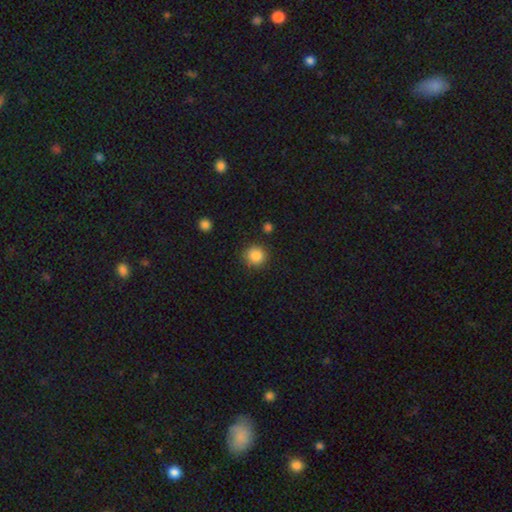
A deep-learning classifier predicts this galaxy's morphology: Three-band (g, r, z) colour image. It shows a smooth galaxy with no disk features (86%) that is round (90%). Merging: none (87%).